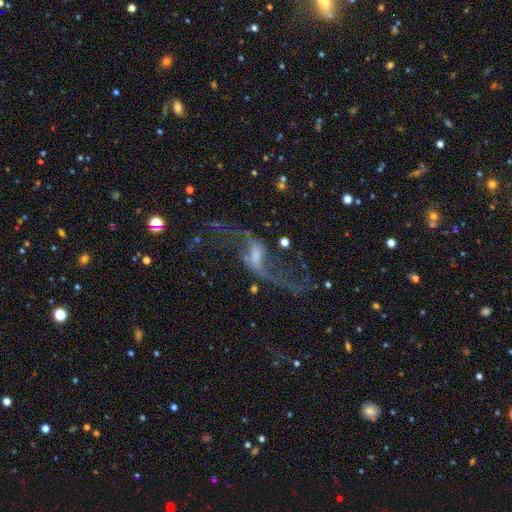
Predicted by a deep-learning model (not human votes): This appears to be a featured or disk galaxy (87%) with a weak bar (48%), 2 (93%) loose (90%) spiral arms (94%) and a small central bulge (45%). Merging: none (62%).